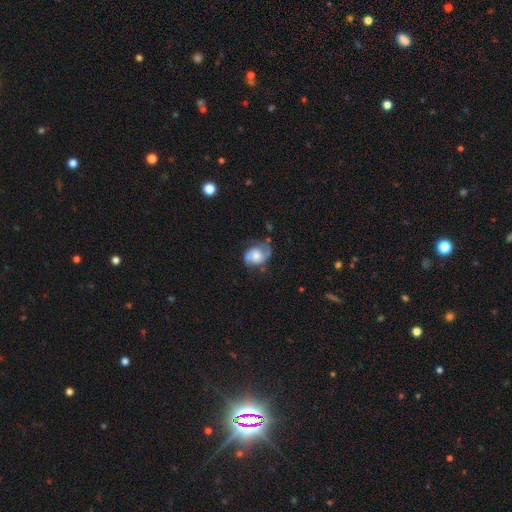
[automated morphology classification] smooth-or-featured: featured or disk: 57% | smooth: 35% | star or artifact: 8%
  disk-edge-on: no: 97% | yes: 3%
    bar: no: 68% | weak: 27% | strong: 6%
    has-spiral-arms: yes: 82% | no: 18%
    bulge-size: moderate: 37% | large: 28% | small: 20% | none: 11% | dominant: 4%
  merging: none: 46% | minor disturbance: 30% | major disturbance: 21% | merger: 4%